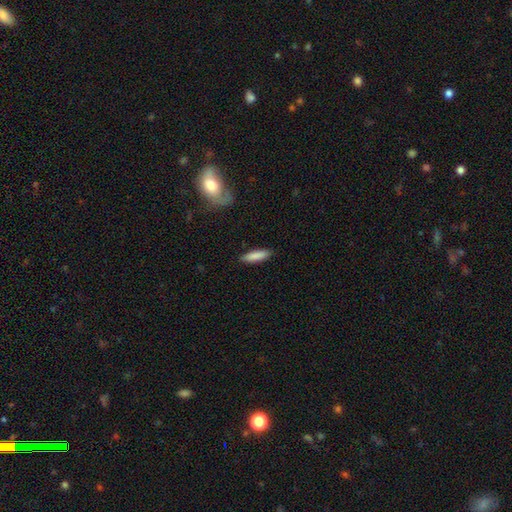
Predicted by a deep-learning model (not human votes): Overall: smooth (86%). How rounded: cigar-shaped (68%; in between 31%). Merging: none (88%).